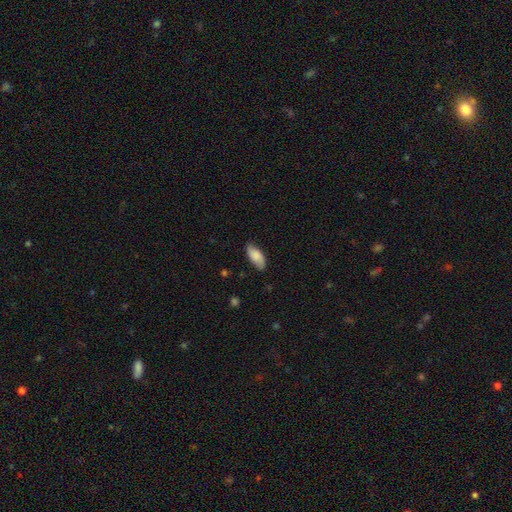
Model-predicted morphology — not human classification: Smooth or featured?
  - smooth: 81% *
  - featured or disk: 12%
  - star or artifact: 6%
How rounded?
  - in between: 89% *
  - cigar-shaped: 9%
  - round: 2%
Merging?
  - none: 80% *
  - minor disturbance: 16%
  - major disturbance: 3%
  - merger: 1%